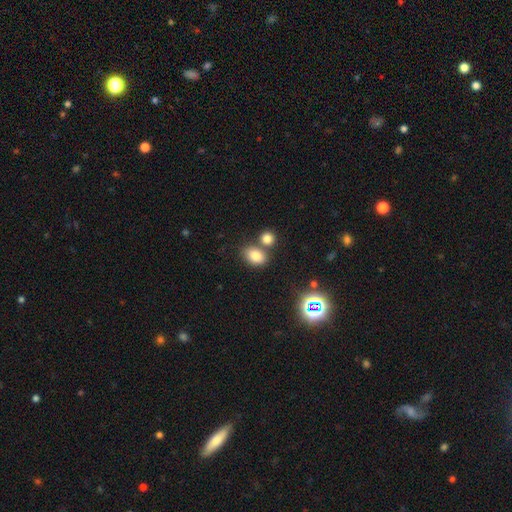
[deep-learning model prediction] A smooth galaxy with no disk features (79%) that is in between round and cigar-shaped (72%).

Vote fractions:
- Smooth or featured? smooth: 79% / star or artifact: 12% / featured or disk: 8%
- How rounded? in between: 72% / round: 27% / cigar-shaped: 1%
- Merging? none: 60% / merger: 26% / minor disturbance: 11% / major disturbance: 3%